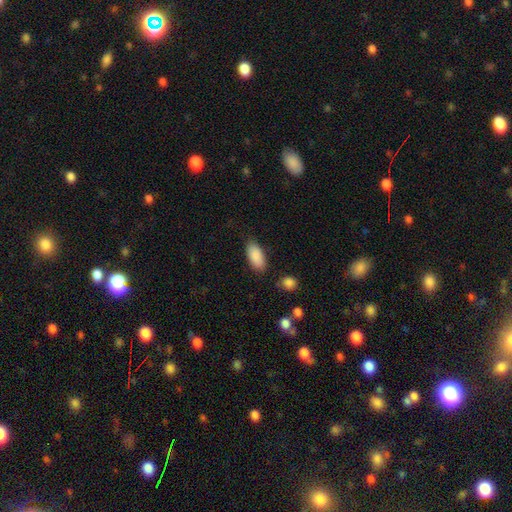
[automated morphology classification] Smooth or featured? smooth (89%)
How rounded? in between (91%)
Merging? none (84%)